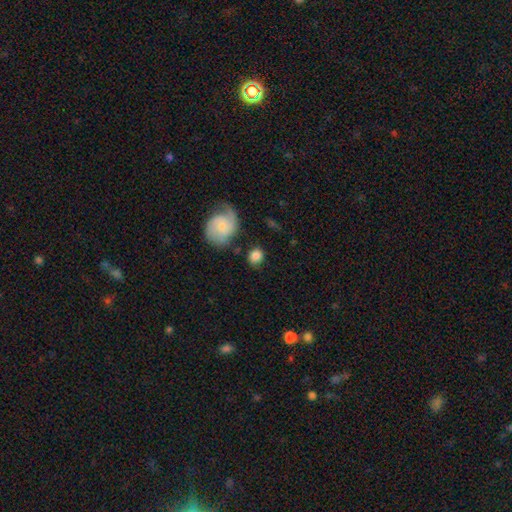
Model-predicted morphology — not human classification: Smooth or featured? Predicted: smooth (p=0.74). How rounded? Predicted: round (p=0.78). Merging? Predicted: none (p=0.73).